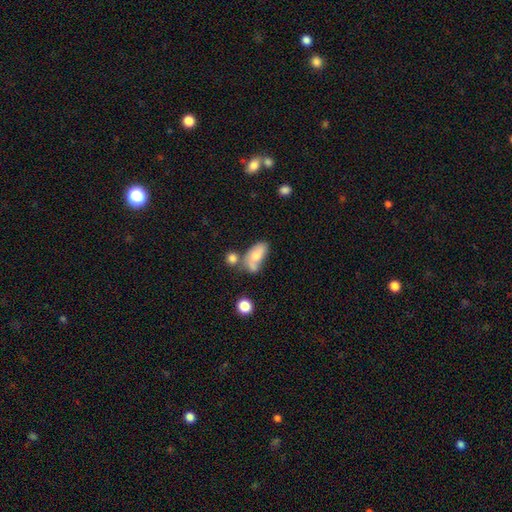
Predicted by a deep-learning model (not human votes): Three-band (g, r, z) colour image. It shows a smooth galaxy with no disk features (62%) that is in between round and cigar-shaped (86%). Merging: none (32%).